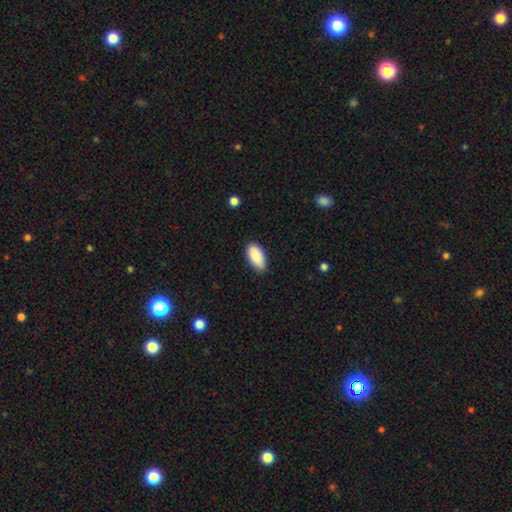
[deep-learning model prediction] smooth 89%, star or artifact 6%, featured or disk 5%. Down the decision tree: how rounded — in between (94%); merging — none (80%).